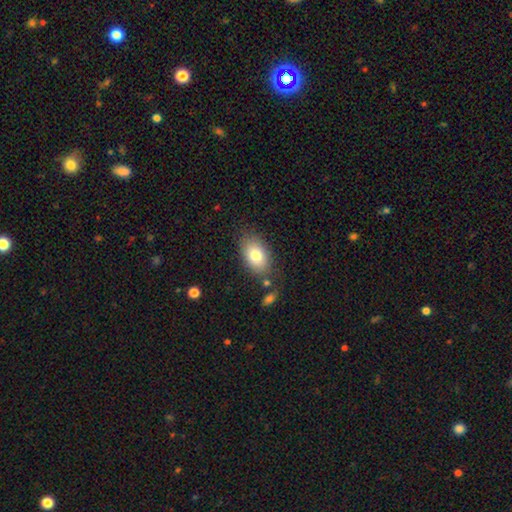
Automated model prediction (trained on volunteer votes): Smooth or featured: smooth — 79% (featured or disk — 13%)
How rounded: in between — 88% (round — 11%)
Merging: none — 78% (minor disturbance — 13%)